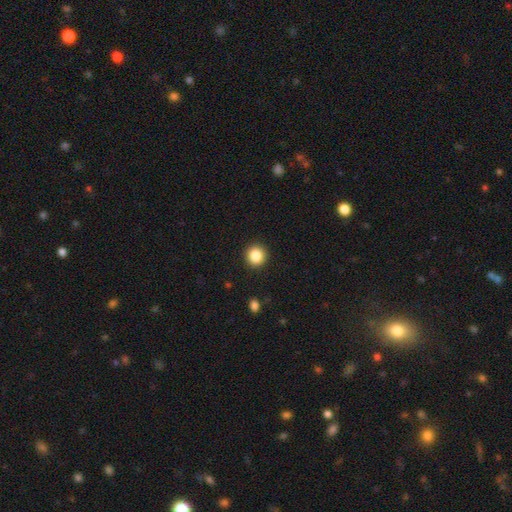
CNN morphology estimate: Smooth or featured? Predicted: smooth (p=0.86). How rounded? Predicted: round (p=0.94). Merging? Predicted: none (p=0.92).